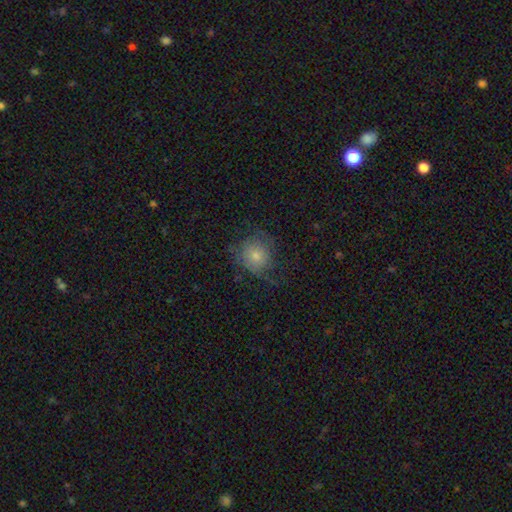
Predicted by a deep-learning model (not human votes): Smooth or featured? Predicted: smooth (p=0.63). How rounded? Predicted: round (p=0.86). Merging? Predicted: none (p=0.61).